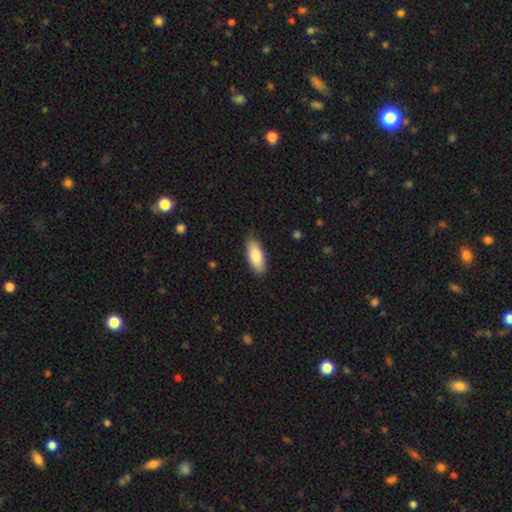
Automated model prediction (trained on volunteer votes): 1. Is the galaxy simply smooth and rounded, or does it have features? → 83% smooth, 11% featured or disk, 5% star or artifact.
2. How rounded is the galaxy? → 79% in between, 19% cigar-shaped, 2% round.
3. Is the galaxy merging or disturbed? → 85% none, 12% minor disturbance, 2% major disturbance, 1% merger.